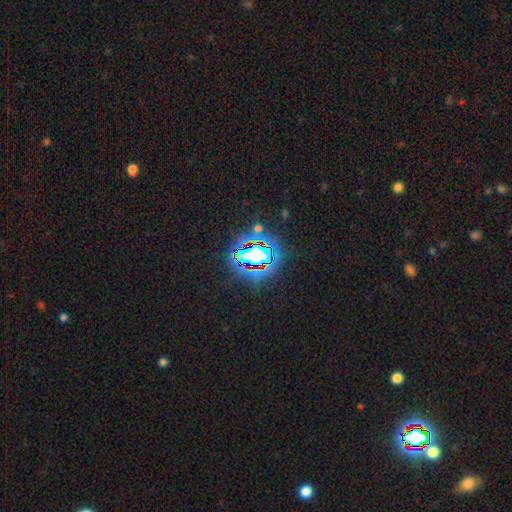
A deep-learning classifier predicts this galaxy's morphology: This appears to be a star or artifact, not a galaxy (72%).